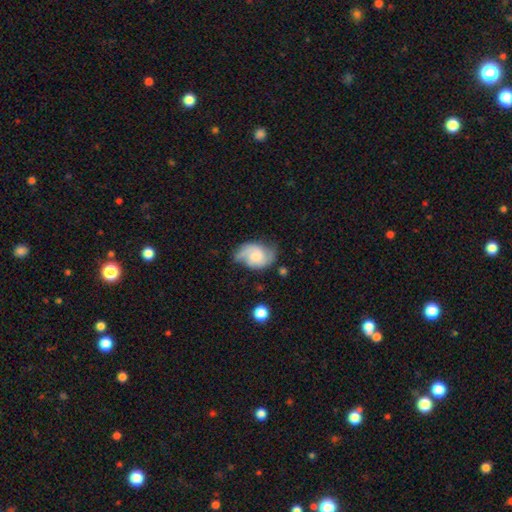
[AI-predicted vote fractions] A featured or disk galaxy (69%) with no bar (56%), 2 (81%) medium (47%) spiral arms (93%) and a moderate central bulge (40%). Merging: none (55%).